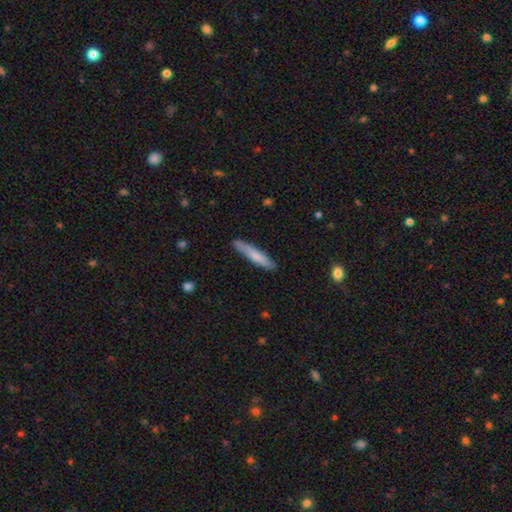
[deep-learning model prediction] A smooth galaxy with no disk features (71%) that is cigar-shaped (91%). Merging: none (85%).